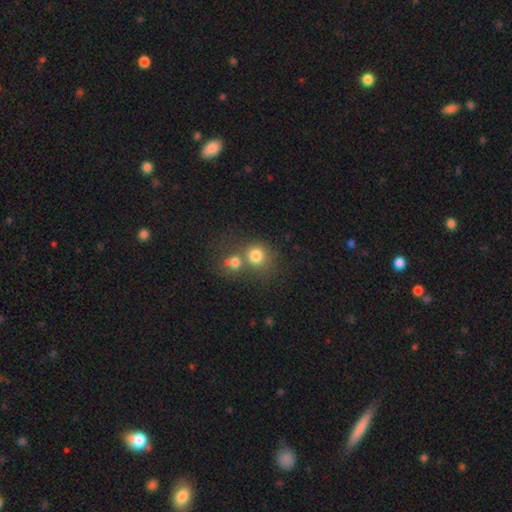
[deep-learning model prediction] Smooth or featured: smooth — 77% (star or artifact — 13%)
How rounded: round — 82% (in between — 17%)
Merging: merger — 46% (none — 42%)